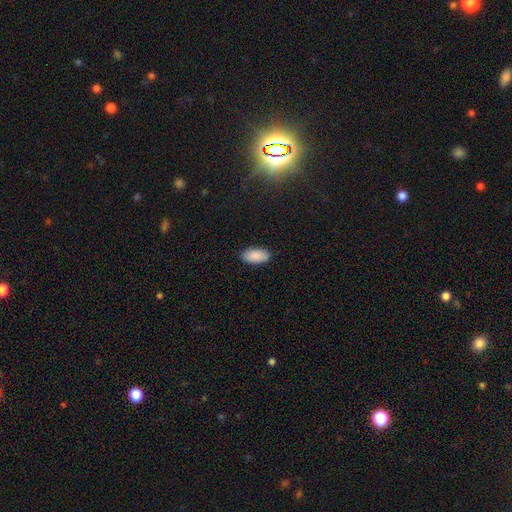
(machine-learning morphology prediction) Overall: smooth (90%). How rounded: in between (94%). Merging: none (89%).